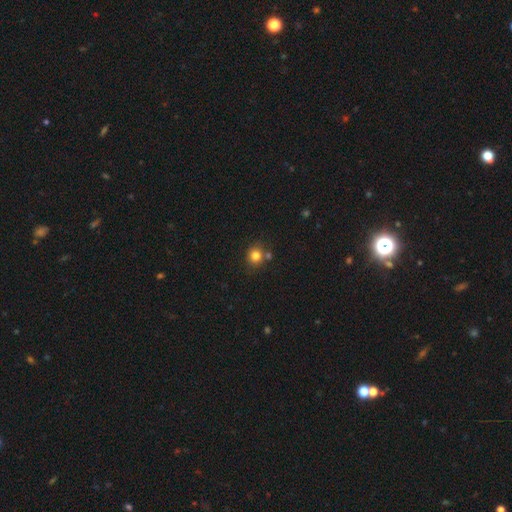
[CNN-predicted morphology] smooth 81%, star or artifact 12%, featured or disk 7%. Down the decision tree: how rounded — round (85%); merging — none (72%).